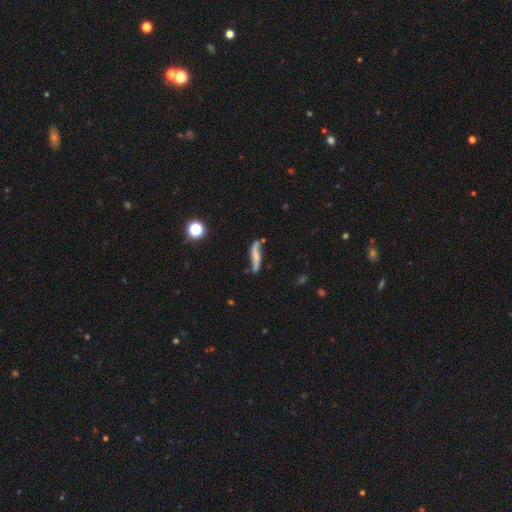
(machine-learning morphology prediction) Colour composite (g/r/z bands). It shows a featured or disk galaxy (51%). Merging: none (56%).